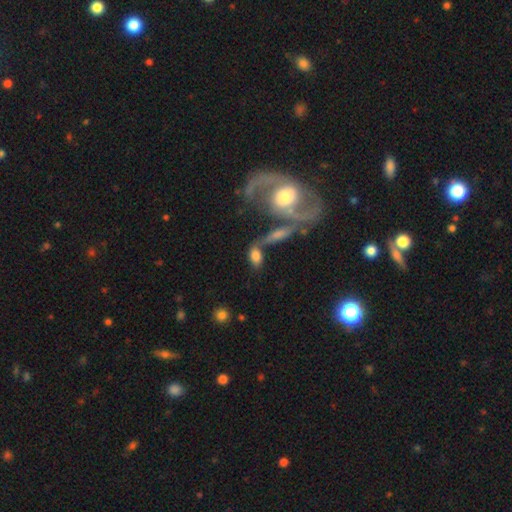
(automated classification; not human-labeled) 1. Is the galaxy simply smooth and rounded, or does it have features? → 68% smooth, 24% featured or disk, 9% star or artifact.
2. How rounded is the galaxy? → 82% in between, 10% cigar-shaped, 9% round.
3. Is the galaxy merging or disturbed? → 40% none, 33% merger, 16% minor disturbance, 12% major disturbance.